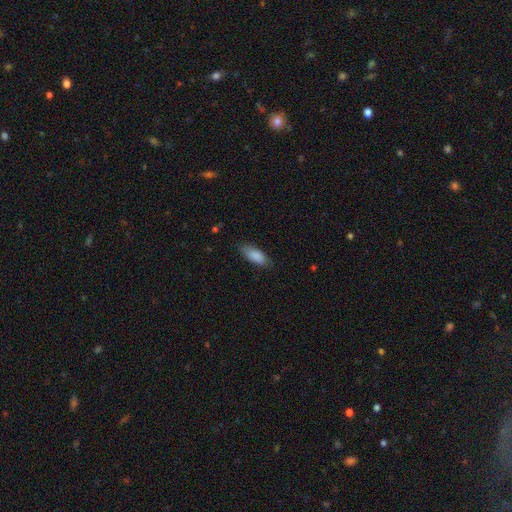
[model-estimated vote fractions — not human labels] Overall: smooth (88%). How rounded: in between (78%). Merging: none (81%).